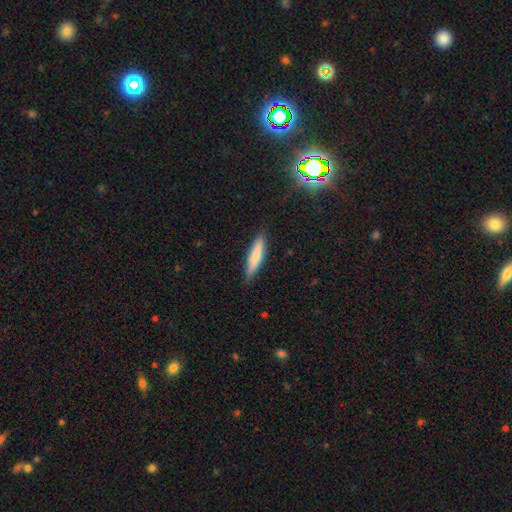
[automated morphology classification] Smooth or featured: smooth — 75% (featured or disk — 19%)
How rounded: cigar-shaped — 81% (in between — 18%)
Merging: none — 83% (minor disturbance — 14%)